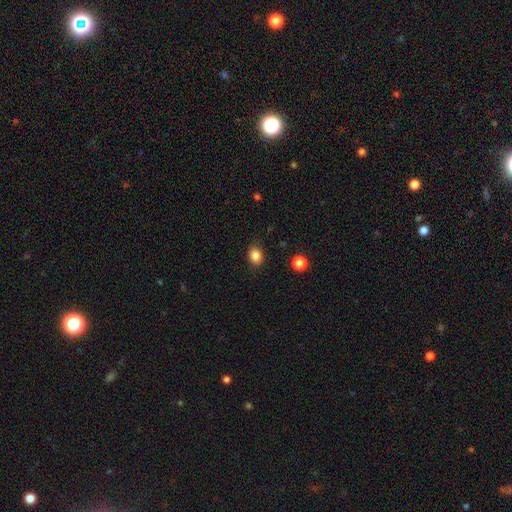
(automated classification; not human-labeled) Morphology: type=smooth (86%); roundness=in between (53%); merging=none (84%).